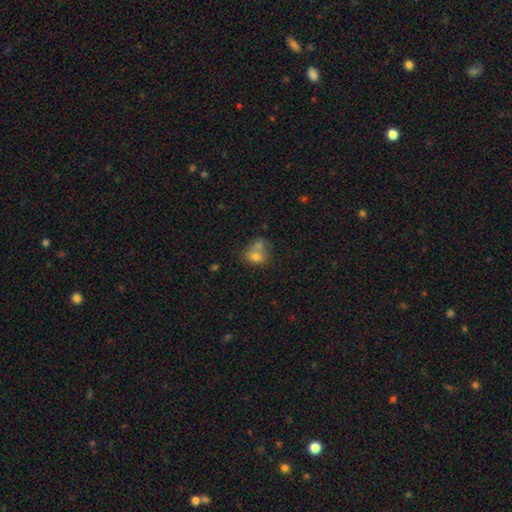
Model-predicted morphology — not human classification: smooth_or_featured: smooth (p=0.70) [alt: featured or disk p=0.18]
how_rounded: round (p=0.50) [alt: in between p=0.49]
merging: merger (p=0.55) [alt: none p=0.27]